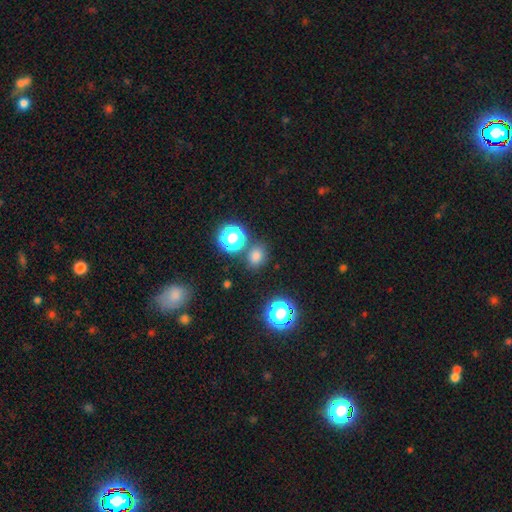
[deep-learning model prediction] Q: Smooth or featured?
A: smooth (74%); runner-up: star or artifact (21%)
Q: How rounded?
A: round (66%); runner-up: in between (33%)
Q: Merging?
A: none (78%); runner-up: minor disturbance (10%)